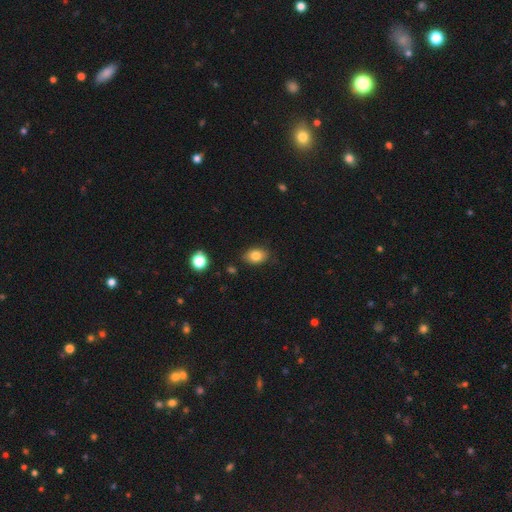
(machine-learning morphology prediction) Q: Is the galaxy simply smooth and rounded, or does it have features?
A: smooth — 83%.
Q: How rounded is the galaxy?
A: in between — 76%.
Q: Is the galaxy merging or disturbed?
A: none — 83%.